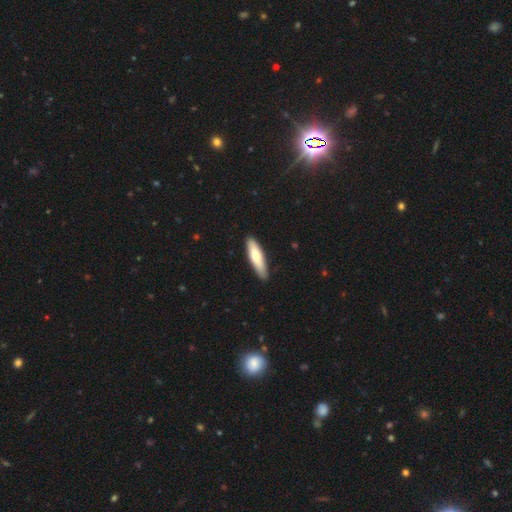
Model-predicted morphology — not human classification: smooth-or-featured: smooth: 68% | featured or disk: 27% | star or artifact: 5%
  how-rounded: cigar-shaped: 71% | in between: 27% | round: 1%
  merging: none: 88% | minor disturbance: 9% | major disturbance: 2% | merger: 1%